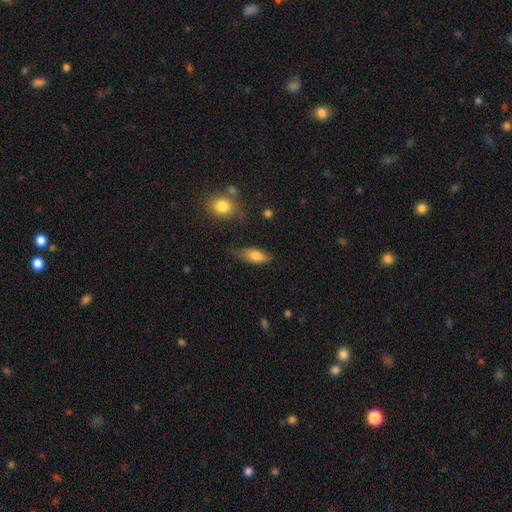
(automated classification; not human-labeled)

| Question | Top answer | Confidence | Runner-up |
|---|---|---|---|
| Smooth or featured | smooth | 79% | featured or disk (14%) |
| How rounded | in between | 80% | cigar-shaped (16%) |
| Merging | none | 62% | minor disturbance (28%) |